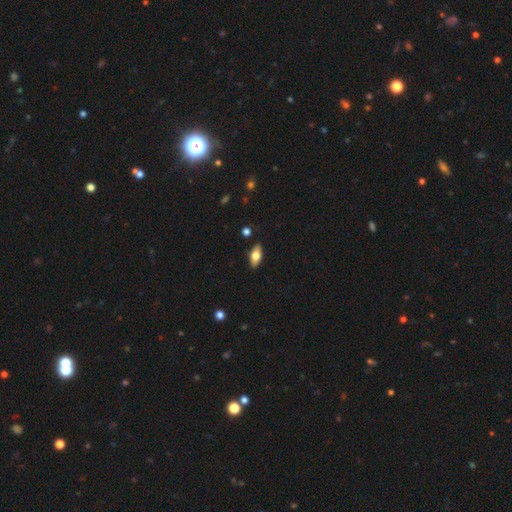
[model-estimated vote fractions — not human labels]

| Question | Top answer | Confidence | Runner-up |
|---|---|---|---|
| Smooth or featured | smooth | 69% | featured or disk (24%) |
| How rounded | in between | 84% | cigar-shaped (13%) |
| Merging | none | 87% | minor disturbance (10%) |